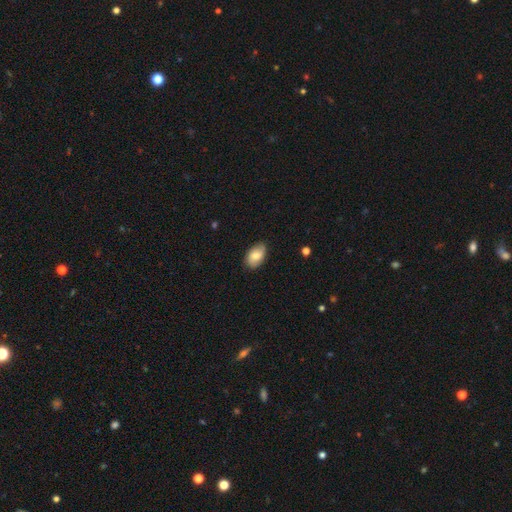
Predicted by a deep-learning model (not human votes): The model was most divided on "merging": none: 77%, minor disturbance: 19%, major disturbance: 3%, merger: 1%. More confident: how rounded — in between (92%); smooth or featured — smooth (78%).